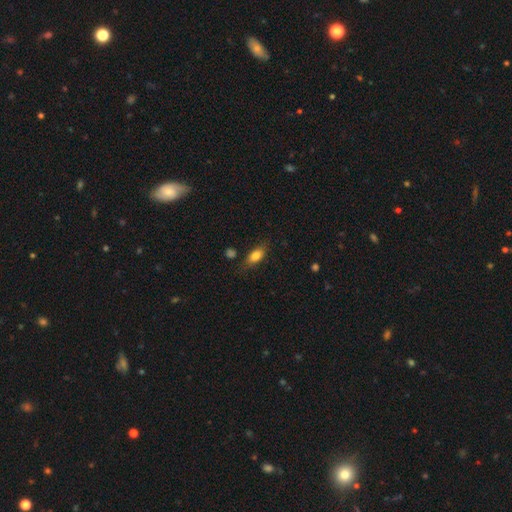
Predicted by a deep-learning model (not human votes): This appears to be a smooth galaxy with no disk features (80%) that is in between round and cigar-shaped (81%). Merging: none (72%).